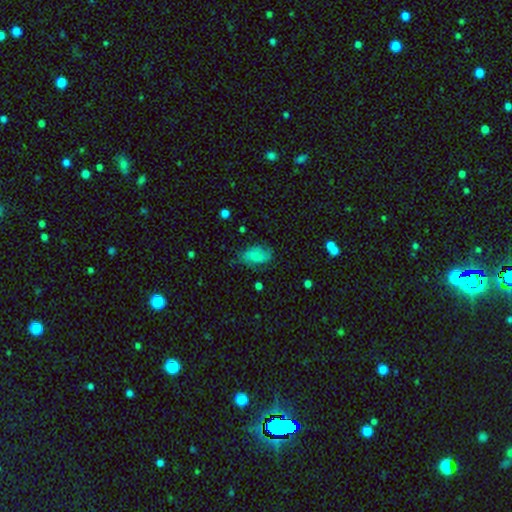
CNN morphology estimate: Smooth or featured?
  - smooth: 61% *
  - featured or disk: 30%
  - star or artifact: 9%
How rounded?
  - in between: 89% *
  - round: 8%
  - cigar-shaped: 2%
Merging?
  - none: 58% *
  - minor disturbance: 28%
  - major disturbance: 12%
  - merger: 2%